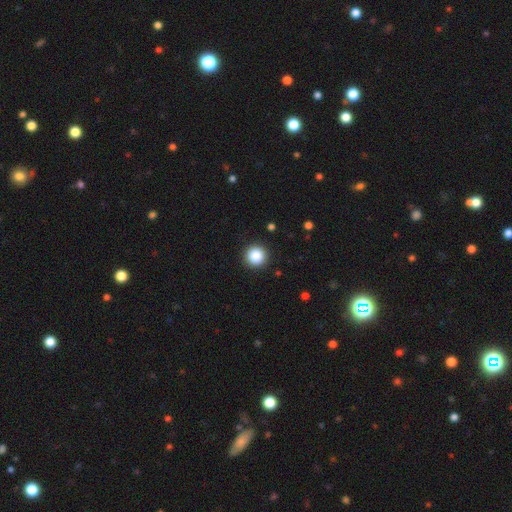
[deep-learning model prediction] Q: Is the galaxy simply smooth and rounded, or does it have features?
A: smooth — 87%.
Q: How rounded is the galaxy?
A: round — 96%.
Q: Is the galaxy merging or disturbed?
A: none — 92%.